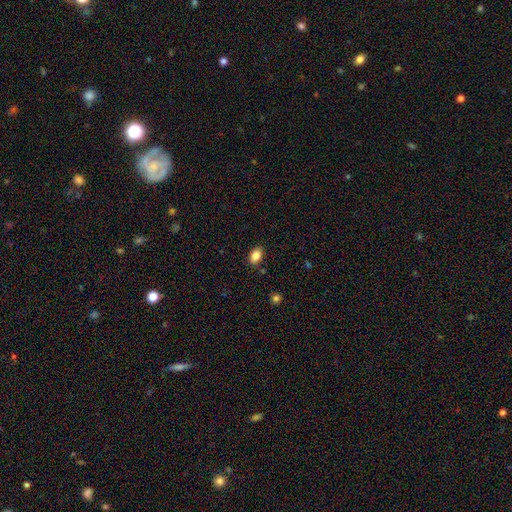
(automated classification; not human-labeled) This appears to be a smooth galaxy with no disk features (86%) that is in between round and cigar-shaped (85%). Merging: none (86%).